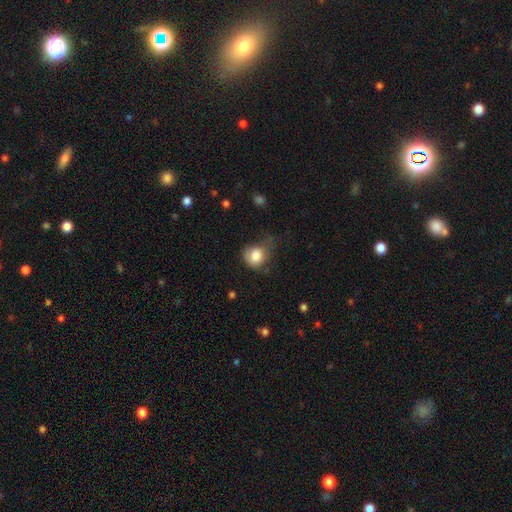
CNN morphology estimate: A smooth galaxy with no disk features (82%) that is round (73%). Merging: none (37%).